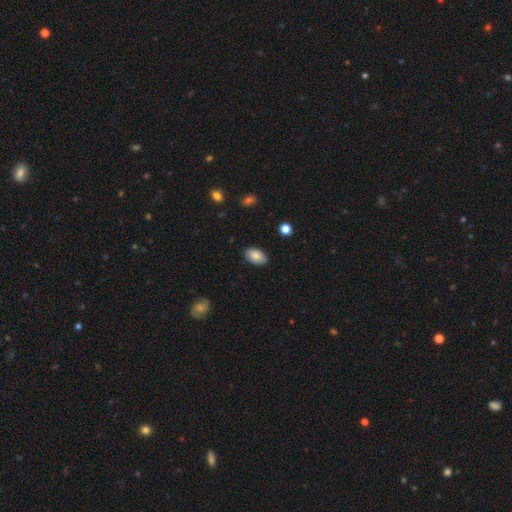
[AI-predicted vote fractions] smooth_or_featured: smooth (p=0.86) [alt: star or artifact p=0.07]
how_rounded: in between (p=0.91) [alt: round p=0.07]
merging: none (p=0.86) [alt: minor disturbance p=0.11]